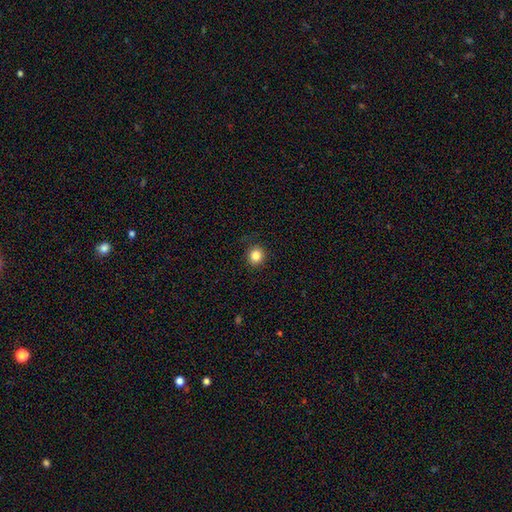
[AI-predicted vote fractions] This is clearly a smooth galaxy (84%). How rounded: clearly round (89%). Merging: clearly none (89%).